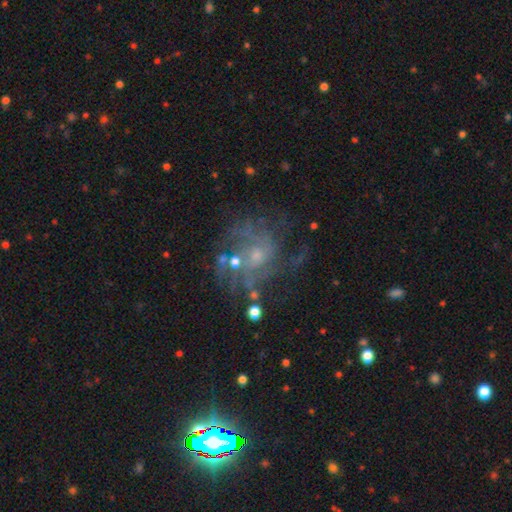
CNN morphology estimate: This appears to be a featured or disk galaxy (76%) with no bar (72%), tight (41%) spiral arms (85%) and a small central bulge (63%). Merging: none (58%).